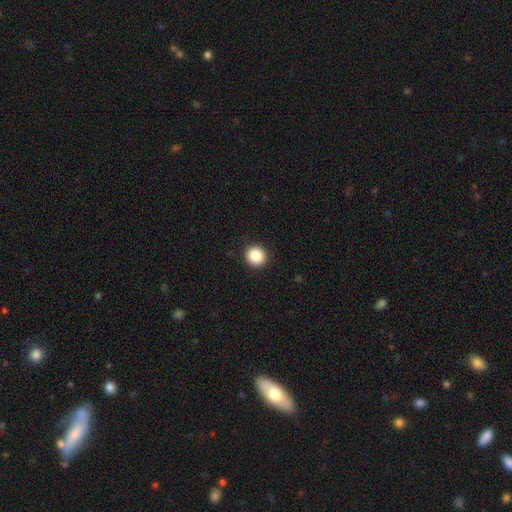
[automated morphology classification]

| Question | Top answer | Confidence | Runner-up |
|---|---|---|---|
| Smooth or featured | smooth | 87% | star or artifact (9%) |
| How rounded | round | 94% | in between (5%) |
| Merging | none | 92% | minor disturbance (5%) |